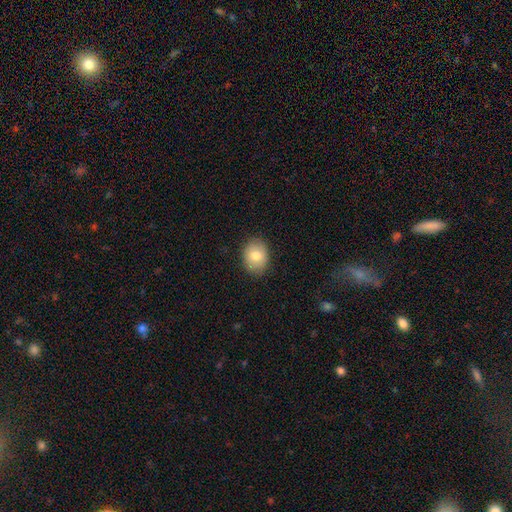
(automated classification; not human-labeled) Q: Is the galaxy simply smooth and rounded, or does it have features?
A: smooth — 78%.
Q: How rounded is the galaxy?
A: in between — 57%.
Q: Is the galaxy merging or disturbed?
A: none — 87%.